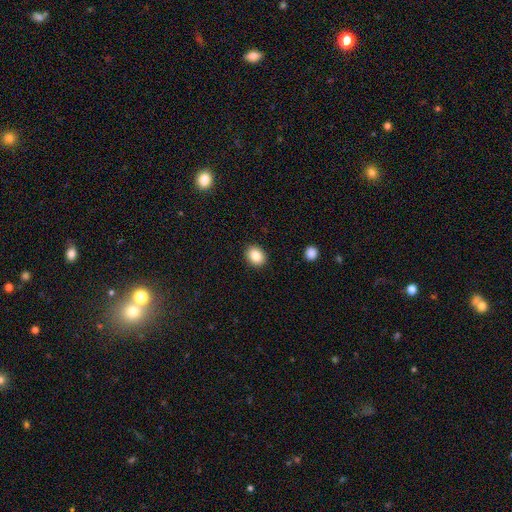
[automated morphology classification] Overall: smooth (86%). How rounded: round (52%; in between 47%). Merging: none (91%).